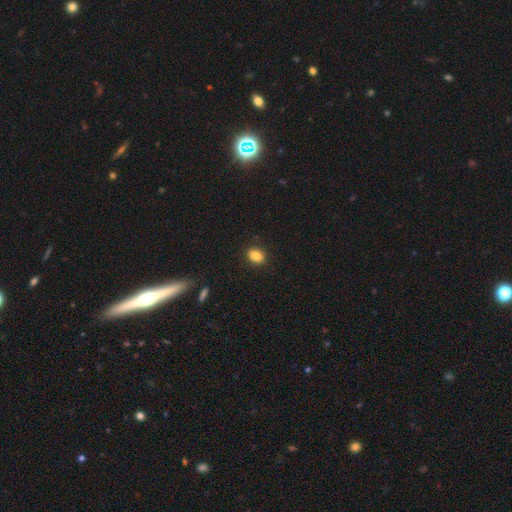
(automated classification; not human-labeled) Smooth or featured?
  - smooth: 86% *
  - star or artifact: 9%
  - featured or disk: 4%
How rounded?
  - in between: 62% *
  - round: 37%
  - cigar-shaped: 1%
Merging?
  - none: 88% *
  - minor disturbance: 9%
  - major disturbance: 2%
  - merger: 1%